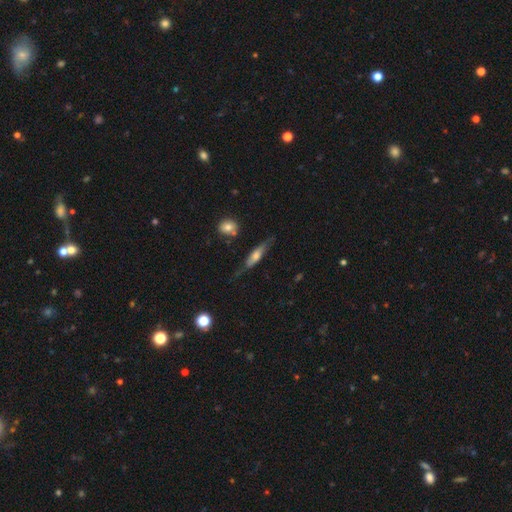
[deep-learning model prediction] Smooth or featured: featured or disk — 49% (smooth — 44%)
Merging: none — 64% (minor disturbance — 24%)